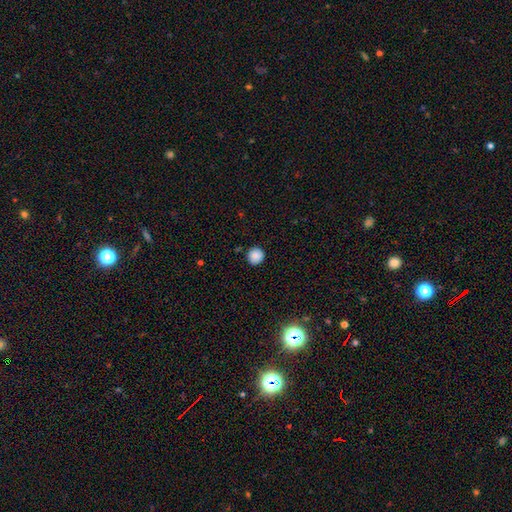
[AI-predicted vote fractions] A smooth galaxy with no disk features (86%) that is round (93%). Merging: none (87%).